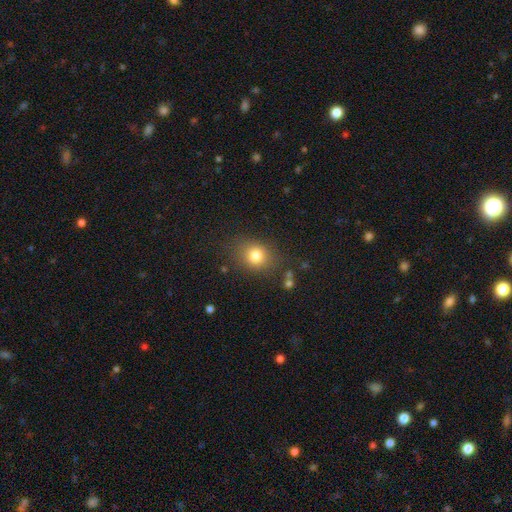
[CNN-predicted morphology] smooth-or-featured: smooth: 80% | star or artifact: 12% | featured or disk: 8%
  how-rounded: round: 65% | in between: 34% | cigar-shaped: 1%
  merging: none: 79% | minor disturbance: 13% | major disturbance: 5% | merger: 3%